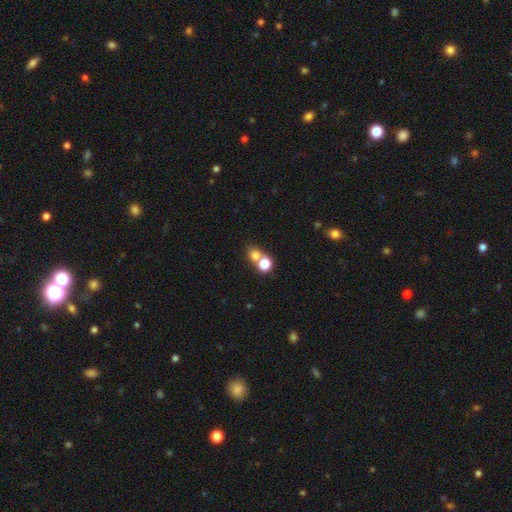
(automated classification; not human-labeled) Morphology: type=smooth (75%); roundness=round (77%); merging=merger (50%).